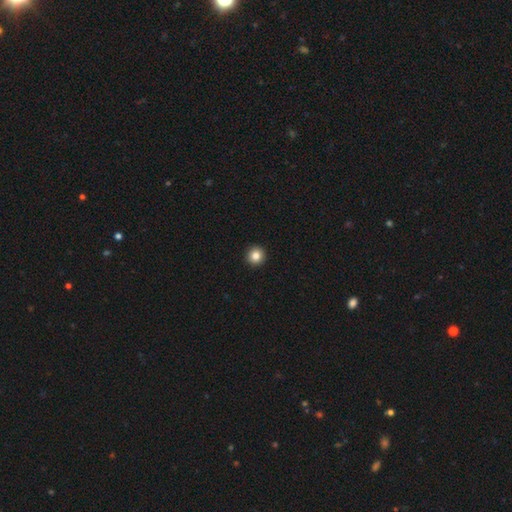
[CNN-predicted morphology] smooth_or_featured: smooth (p=0.84) [alt: star or artifact p=0.10]
how_rounded: round (p=0.96) [alt: in between p=0.04]
merging: none (p=0.94) [alt: minor disturbance p=0.04]